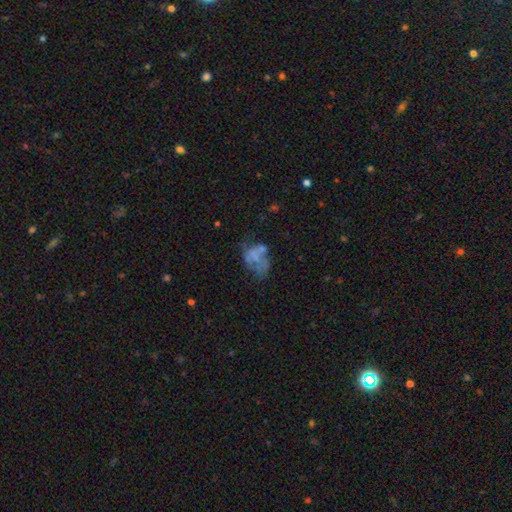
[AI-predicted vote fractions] A featured or disk galaxy (45%). Merging: major disturbance (35%).